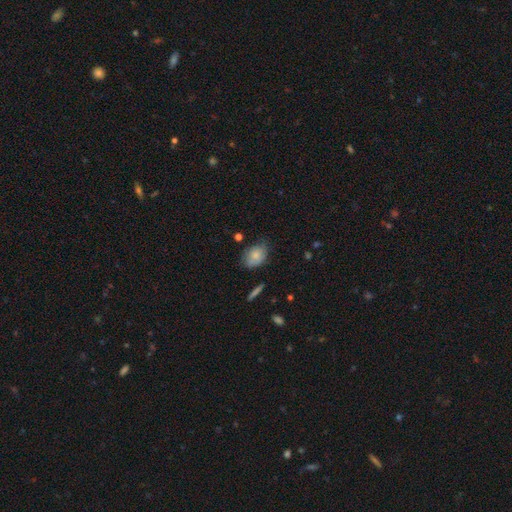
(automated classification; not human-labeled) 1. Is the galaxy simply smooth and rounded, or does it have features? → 74% smooth, 18% featured or disk, 8% star or artifact.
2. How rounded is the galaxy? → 73% in between, 25% round, 2% cigar-shaped.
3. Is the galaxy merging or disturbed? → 59% none, 31% minor disturbance, 8% major disturbance, 2% merger.